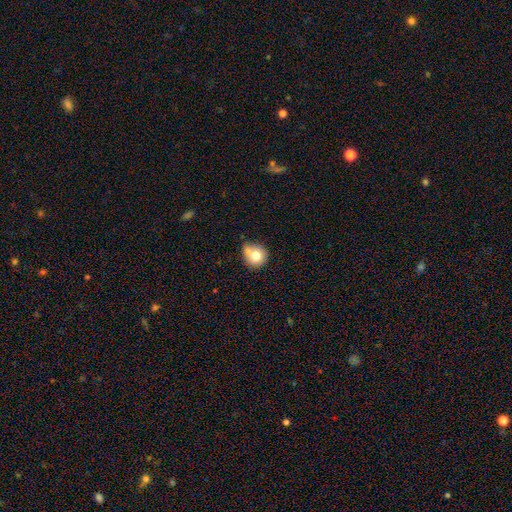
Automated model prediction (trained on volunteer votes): A smooth galaxy with no disk features (75%) that is round (88%). Merging: none (52%).